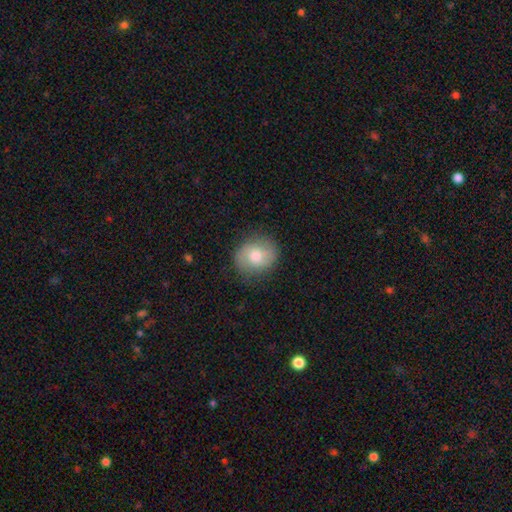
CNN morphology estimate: A smooth galaxy with no disk features (63%) that is round (69%).

Vote fractions:
- Smooth or featured? smooth: 63% / featured or disk: 29% / star or artifact: 8%
- How rounded? round: 69% / in between: 29% / cigar-shaped: 1%
- Merging? none: 80% / minor disturbance: 15% / major disturbance: 4% / merger: 1%